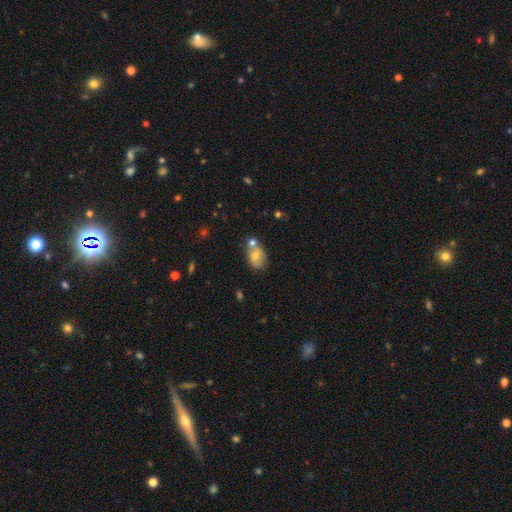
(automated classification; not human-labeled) Smooth or featured? Predicted: smooth (p=0.68). How rounded? Predicted: in between (p=0.73). Merging? Predicted: none (p=0.42).